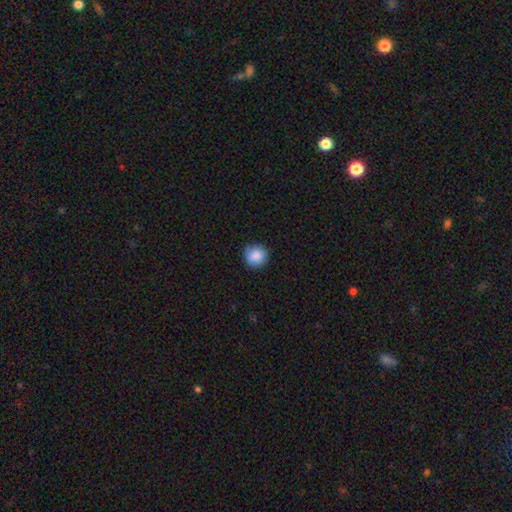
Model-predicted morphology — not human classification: Smooth or featured?
  - smooth: 88% *
  - star or artifact: 8%
  - featured or disk: 5%
How rounded?
  - round: 91% *
  - in between: 8%
  - cigar-shaped: 1%
Merging?
  - none: 86% *
  - minor disturbance: 11%
  - major disturbance: 2%
  - merger: 1%